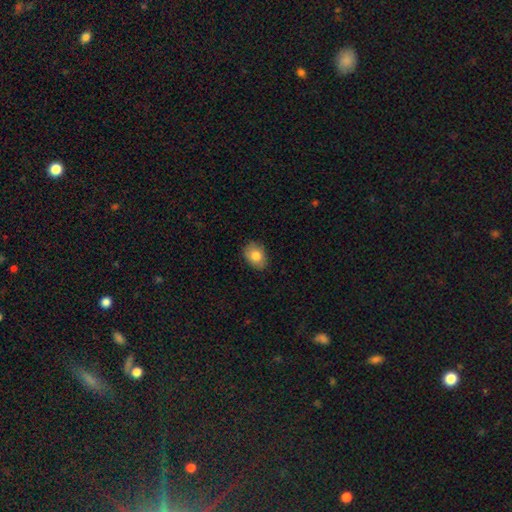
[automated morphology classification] smooth 82%, featured or disk 10%, star or artifact 8%. Down the decision tree: how rounded — in between (74%); merging — none (83%).